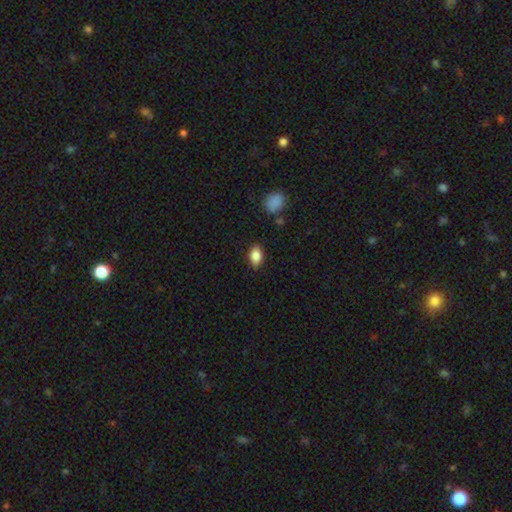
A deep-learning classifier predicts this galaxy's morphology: Smooth or featured?
  - smooth: 85% *
  - star or artifact: 8%
  - featured or disk: 7%
How rounded?
  - in between: 88% *
  - round: 10%
  - cigar-shaped: 2%
Merging?
  - none: 86% *
  - minor disturbance: 10%
  - major disturbance: 2%
  - merger: 2%